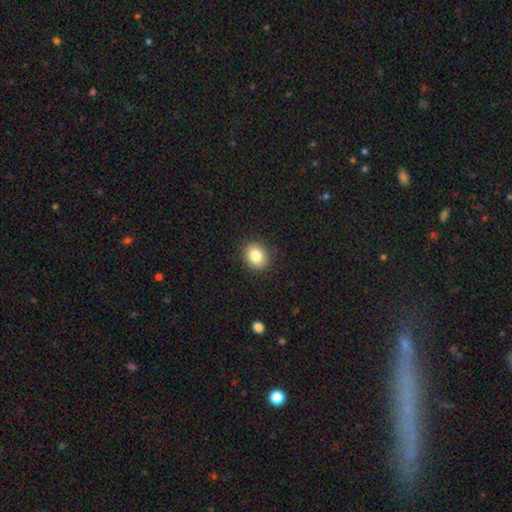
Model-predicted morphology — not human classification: A smooth galaxy with no disk features (83%) that is round (64%).

Vote fractions:
- Smooth or featured? smooth: 83% / star or artifact: 10% / featured or disk: 7%
- How rounded? round: 64% / in between: 35% / cigar-shaped: 1%
- Merging? none: 89% / minor disturbance: 8% / major disturbance: 2% / merger: 1%